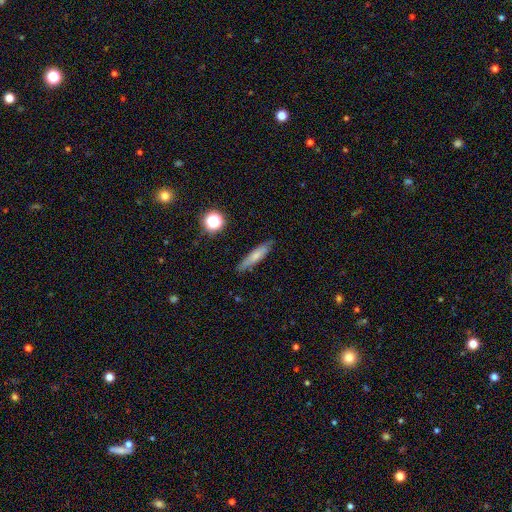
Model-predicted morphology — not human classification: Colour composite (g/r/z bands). It shows a smooth galaxy with no disk features (67%) that is cigar-shaped (84%). Merging: none (84%).